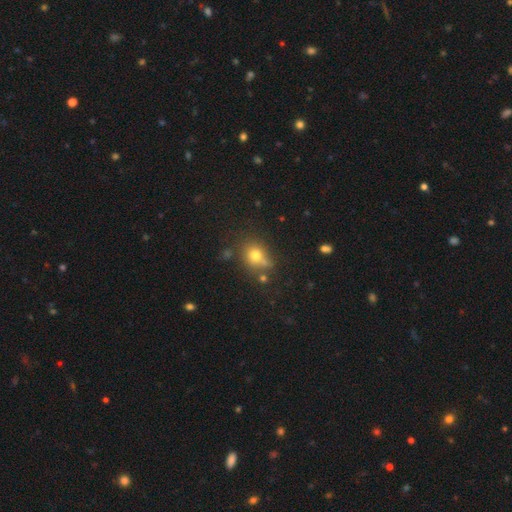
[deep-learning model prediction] smooth_or_featured: smooth (p=0.73) [alt: star or artifact p=0.16]
how_rounded: round (p=0.71) [alt: in between p=0.28]
merging: none (p=0.60) [alt: minor disturbance p=0.18]